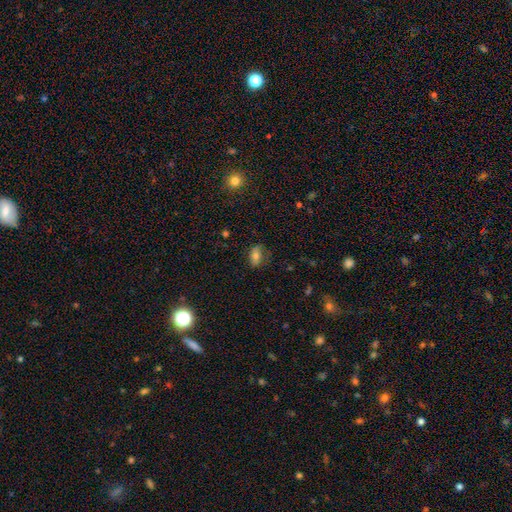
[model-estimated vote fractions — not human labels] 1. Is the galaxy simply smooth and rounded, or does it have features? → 66% smooth, 23% featured or disk, 11% star or artifact.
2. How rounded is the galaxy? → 83% in between, 12% round, 5% cigar-shaped.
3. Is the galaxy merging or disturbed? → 70% none, 22% minor disturbance, 7% major disturbance, 1% merger.